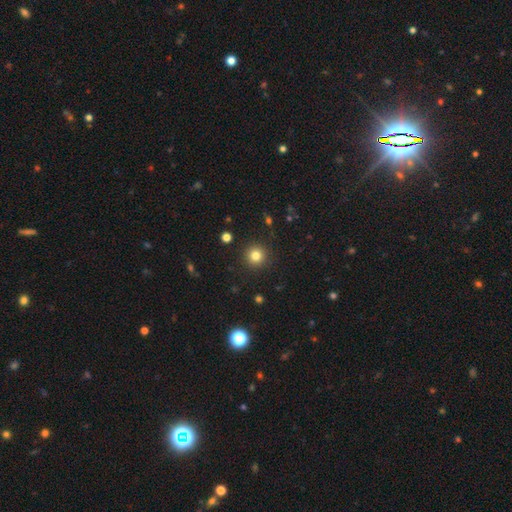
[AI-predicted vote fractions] Smooth or featured? smooth (81%)
How rounded? round (95%)
Merging? none (91%)